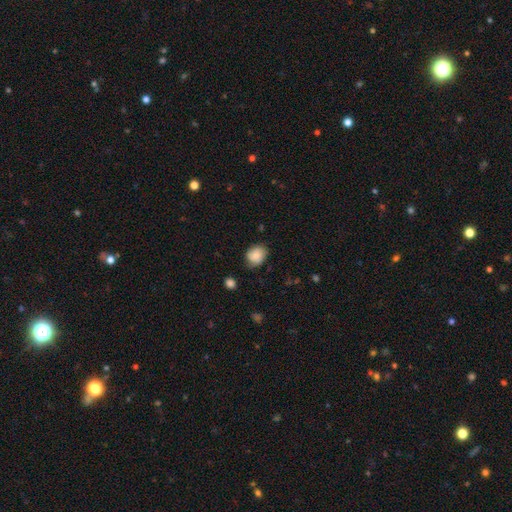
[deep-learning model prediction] Smooth or featured: smooth — 82% (featured or disk — 10%)
How rounded: round — 58% (in between — 41%)
Merging: none — 71% (minor disturbance — 23%)